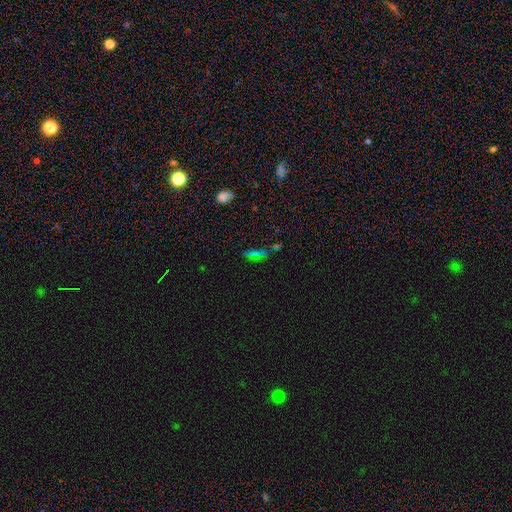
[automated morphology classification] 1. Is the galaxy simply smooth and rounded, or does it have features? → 48% star or artifact, 36% smooth, 16% featured or disk.